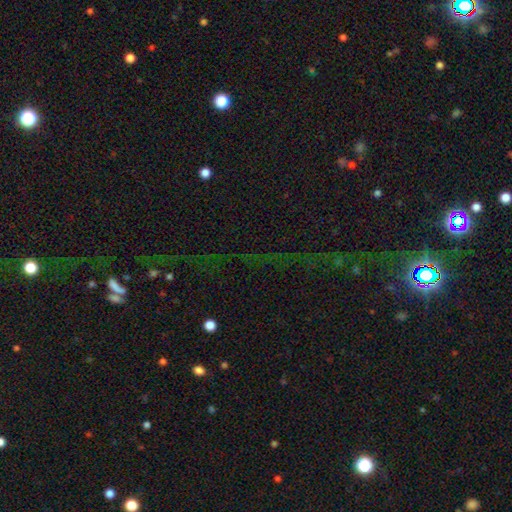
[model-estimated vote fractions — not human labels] The model was most divided on "smooth or featured": star or artifact: 70%, smooth: 16%, featured or disk: 14%.